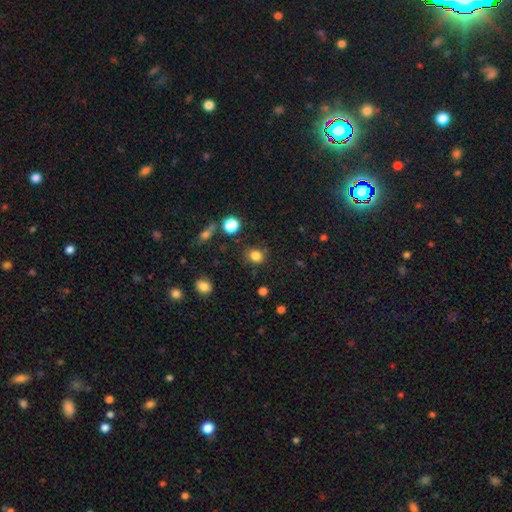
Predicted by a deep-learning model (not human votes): The model was most divided on "how rounded": round: 64%, in between: 35%, cigar-shaped: 1%. More confident: smooth or featured — smooth (82%); merging — none (78%).